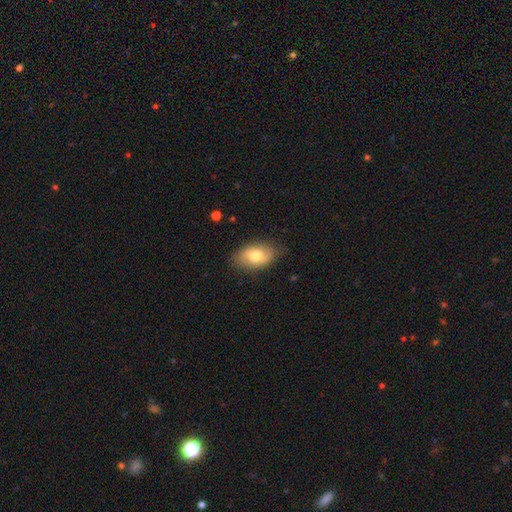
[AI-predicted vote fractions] Smooth or featured? Predicted: smooth (p=0.69). How rounded? Predicted: in between (p=0.91). Merging? Predicted: none (p=0.79).